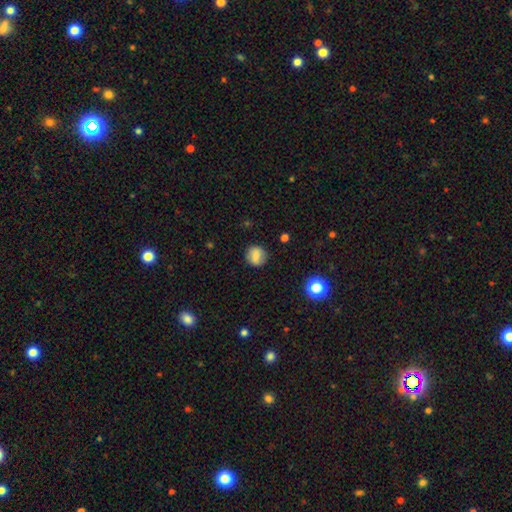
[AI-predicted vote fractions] Smooth or featured? Predicted: smooth (p=0.76). How rounded? Predicted: round (p=0.80). Merging? Predicted: none (p=0.83).